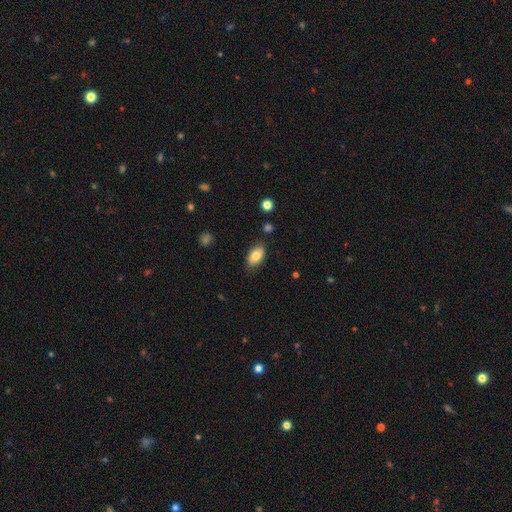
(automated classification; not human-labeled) This is clearly a smooth galaxy (81%). How rounded: clearly in between (93%). Merging: likely none (80%).